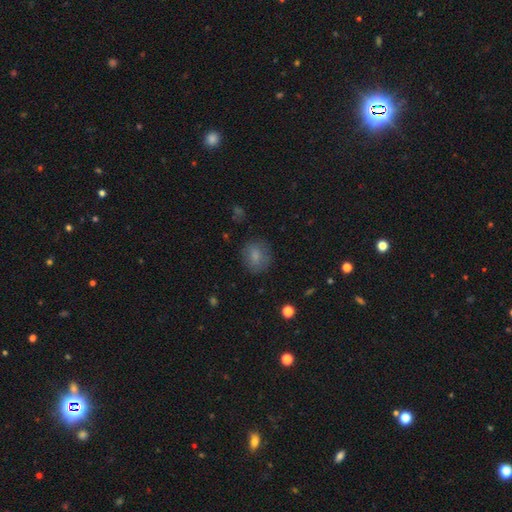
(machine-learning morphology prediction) Overall: smooth (79%). How rounded: round (68%; in between 31%). Merging: none (79%).